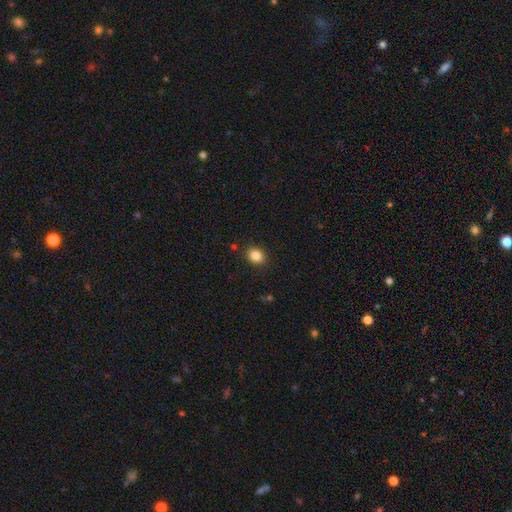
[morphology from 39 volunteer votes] type=smooth (90%); roundness=in between (57%); merging=none (86%).